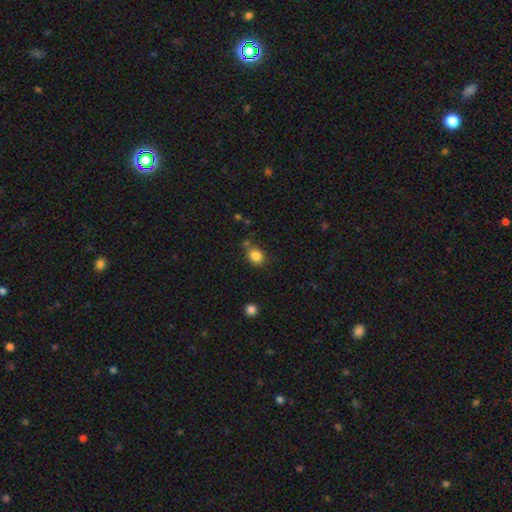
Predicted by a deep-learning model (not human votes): smooth-or-featured: smooth: 84% | star or artifact: 11% | featured or disk: 5%
  how-rounded: round: 55% | in between: 44% | cigar-shaped: 1%
  merging: none: 69% | minor disturbance: 18% | merger: 9% | major disturbance: 5%